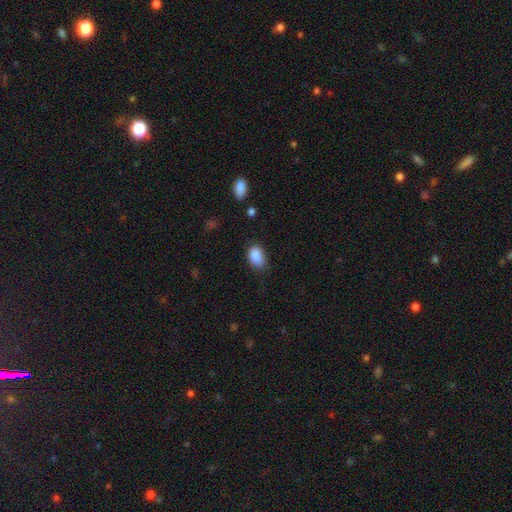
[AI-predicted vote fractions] The model was most divided on "merging": none: 68%, minor disturbance: 25%, major disturbance: 5%, merger: 2%. More confident: smooth or featured — smooth (88%); how rounded — in between (84%).